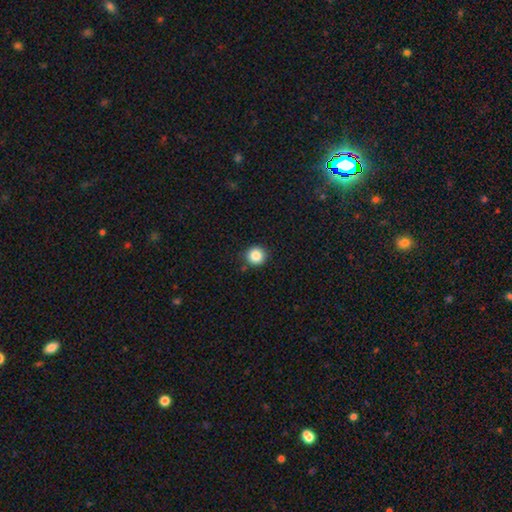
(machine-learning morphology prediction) Smooth or featured? Predicted: smooth (p=0.86). How rounded? Predicted: round (p=0.94). Merging? Predicted: none (p=0.90).